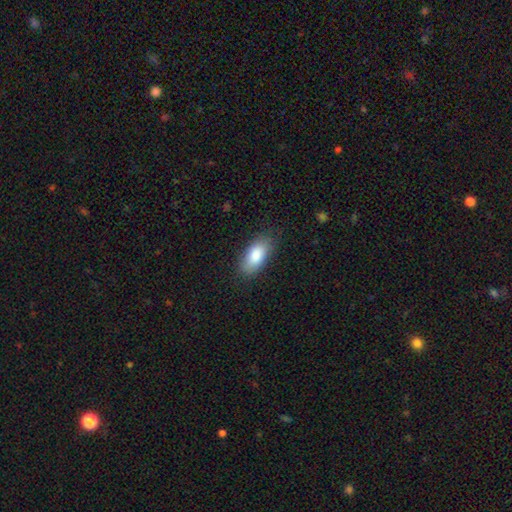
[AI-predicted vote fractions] Smooth or featured? smooth (84%)
How rounded? in between (87%)
Merging? none (82%)